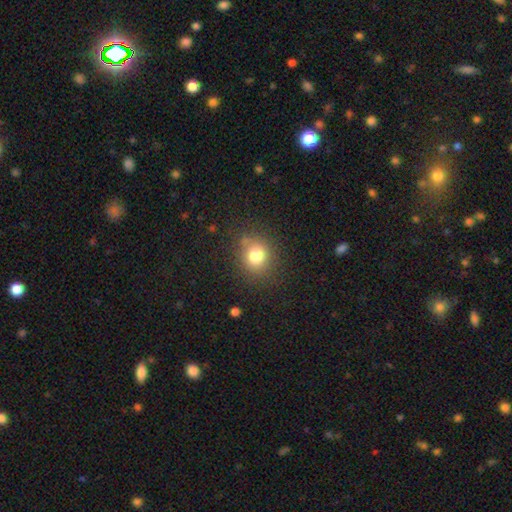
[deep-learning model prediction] This appears to be a smooth galaxy with no disk features (78%) that is round (78%). Merging: none (82%).